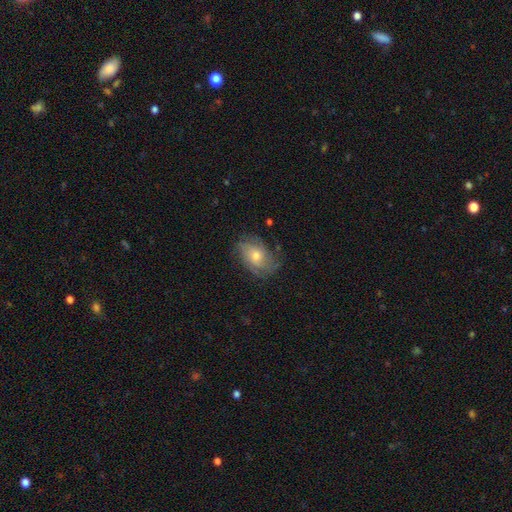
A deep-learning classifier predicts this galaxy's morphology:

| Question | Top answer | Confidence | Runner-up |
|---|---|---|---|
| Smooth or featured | featured or disk | 59% | smooth (32%) |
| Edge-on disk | no | 95% | yes (5%) |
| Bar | no | 78% | weak (19%) |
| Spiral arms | yes | 82% | no (18%) |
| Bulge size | moderate | 60% | small (32%) |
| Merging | none | 67% | minor disturbance (22%) |